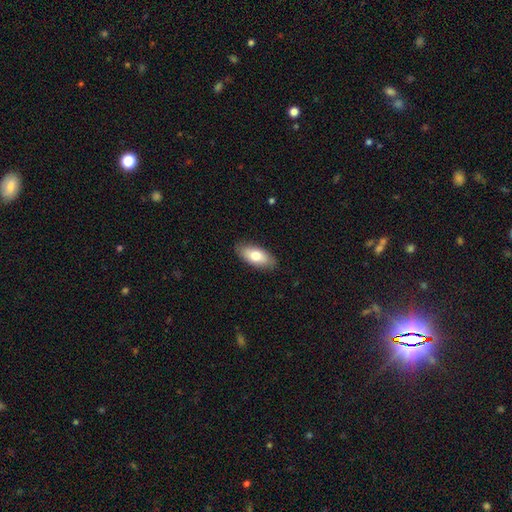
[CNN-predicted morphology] smooth_or_featured: smooth (p=0.76) [alt: featured or disk p=0.18]
how_rounded: in between (p=0.89) [alt: cigar-shaped p=0.09]
merging: none (p=0.86) [alt: minor disturbance p=0.11]